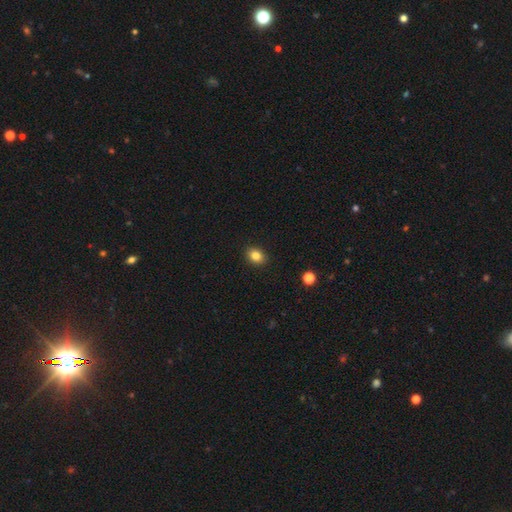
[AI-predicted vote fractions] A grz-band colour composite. It shows a smooth galaxy with no disk features (84%) that is in between round and cigar-shaped (61%). Merging: none (90%).